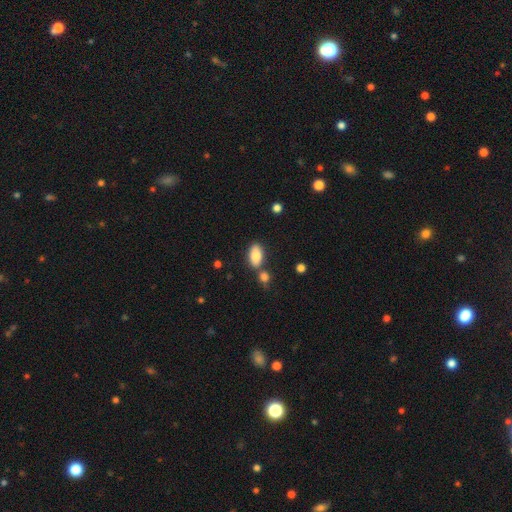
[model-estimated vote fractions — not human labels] This appears to be a smooth galaxy with no disk features (83%) that is in between round and cigar-shaped (91%). Merging: none (70%).